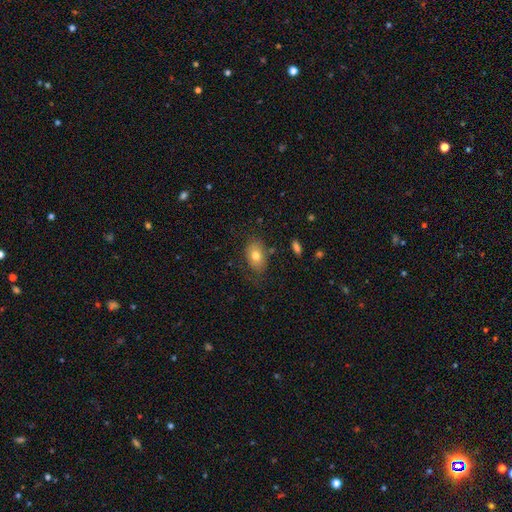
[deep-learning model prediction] smooth_or_featured: smooth (p=0.75) [alt: featured or disk p=0.16]
how_rounded: in between (p=0.83) [alt: round p=0.15]
merging: none (p=0.72) [alt: minor disturbance p=0.19]